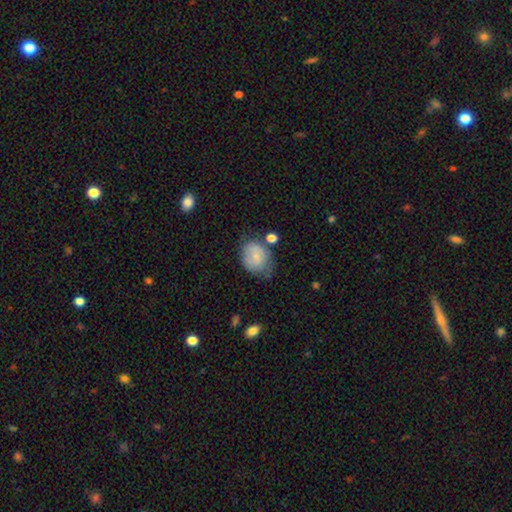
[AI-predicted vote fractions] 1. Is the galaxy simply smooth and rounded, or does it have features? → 73% smooth, 19% featured or disk, 8% star or artifact.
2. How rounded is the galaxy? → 55% in between, 44% round, 1% cigar-shaped.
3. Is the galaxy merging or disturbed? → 52% none, 30% minor disturbance, 11% major disturbance, 7% merger.